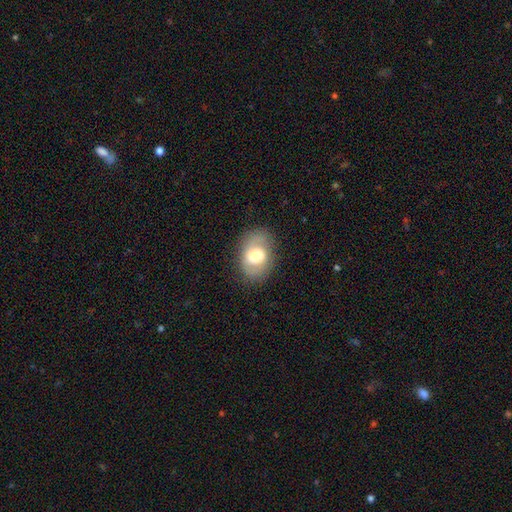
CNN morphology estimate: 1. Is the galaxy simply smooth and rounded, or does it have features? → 46% featured or disk (tied), 46% smooth (tied), 8% star or artifact.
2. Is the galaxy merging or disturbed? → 79% none, 14% minor disturbance, 6% major disturbance, 1% merger.